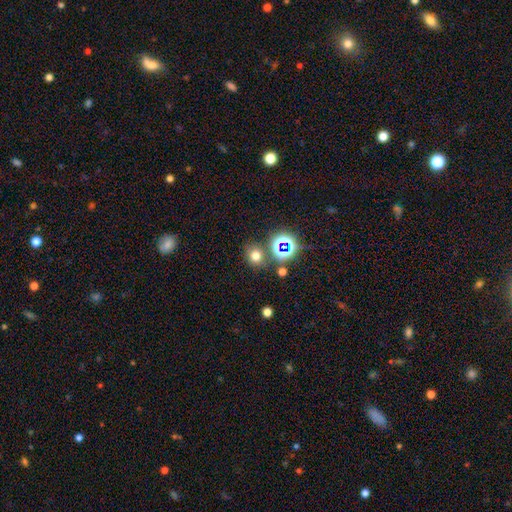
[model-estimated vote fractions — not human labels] smooth_or_featured: smooth (p=0.66) [alt: star or artifact p=0.26]
how_rounded: round (p=0.72) [alt: in between p=0.27]
merging: none (p=0.77) [alt: minor disturbance p=0.10]